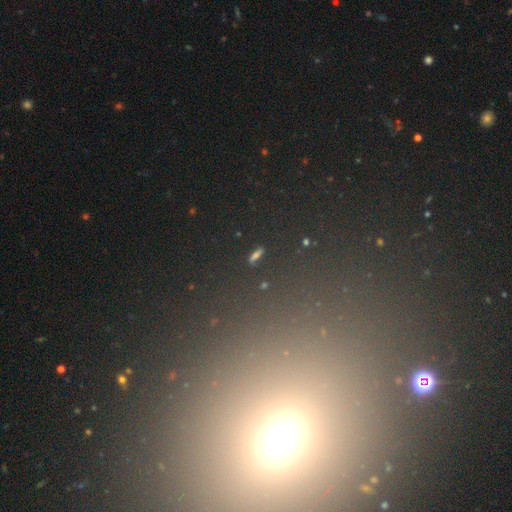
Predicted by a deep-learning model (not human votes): Smooth or featured? Predicted: star or artifact (p=0.68).